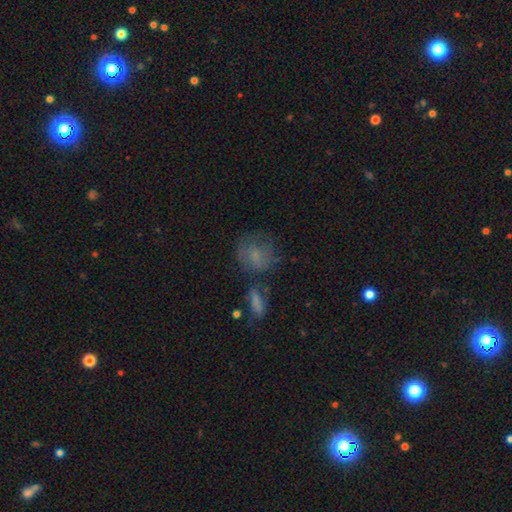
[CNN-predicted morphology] Smooth or featured: smooth — 61% (featured or disk — 27%)
How rounded: round — 67% (in between — 31%)
Merging: none — 52% (minor disturbance — 20%)